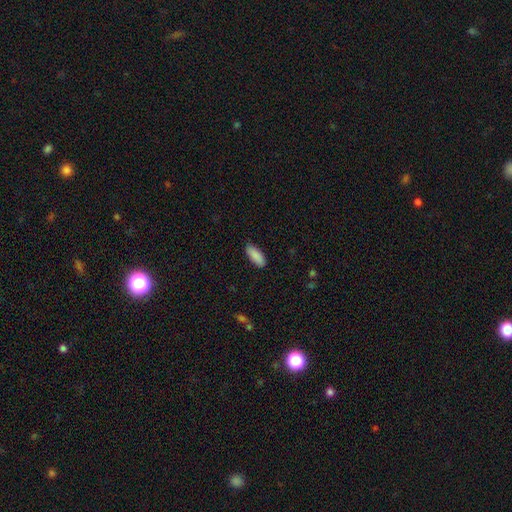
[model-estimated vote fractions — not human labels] Morphology: type=smooth (89%); roundness=in between (72%); merging=none (87%).